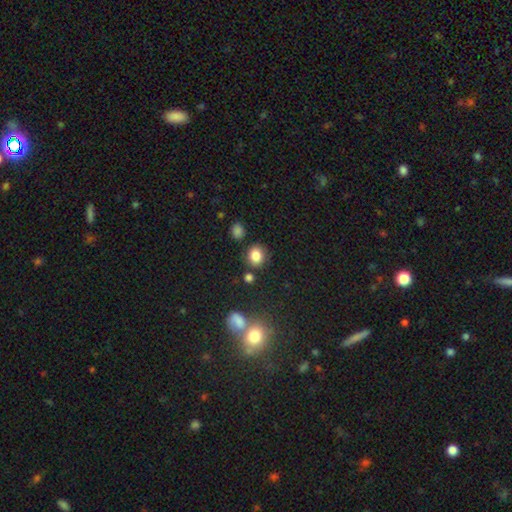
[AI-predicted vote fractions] smooth 83%, star or artifact 11%, featured or disk 6%. Down the decision tree: how rounded — round (66%); merging — none (78%).